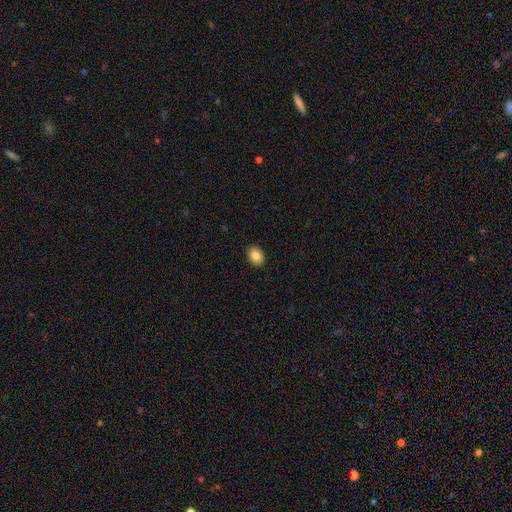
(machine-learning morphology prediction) Smooth or featured: smooth — 86% (star or artifact — 8%)
How rounded: in between — 72% (round — 27%)
Merging: none — 90% (minor disturbance — 7%)